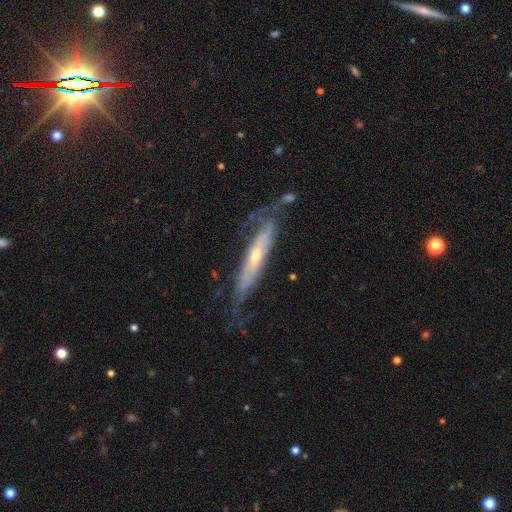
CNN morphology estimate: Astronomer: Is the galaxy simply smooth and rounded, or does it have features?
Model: featured or disk — 75%.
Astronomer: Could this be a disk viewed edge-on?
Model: yes — 52% (runner-up: no, 48%).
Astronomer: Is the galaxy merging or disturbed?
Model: none — 58%.